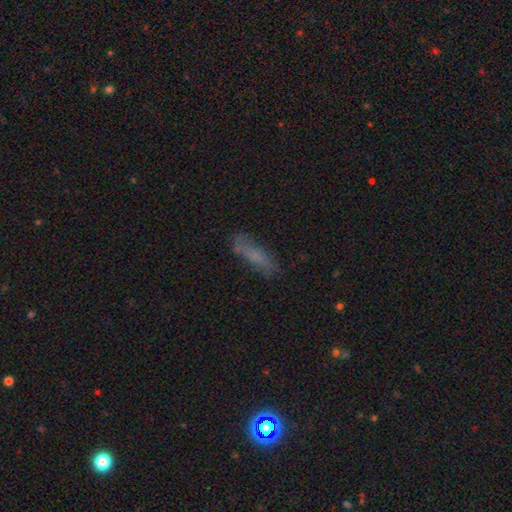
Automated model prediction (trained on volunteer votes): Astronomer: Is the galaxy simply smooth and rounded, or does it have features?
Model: smooth — 65%.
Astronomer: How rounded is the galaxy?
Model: cigar-shaped — 63%.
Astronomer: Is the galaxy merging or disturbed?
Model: none — 69%.